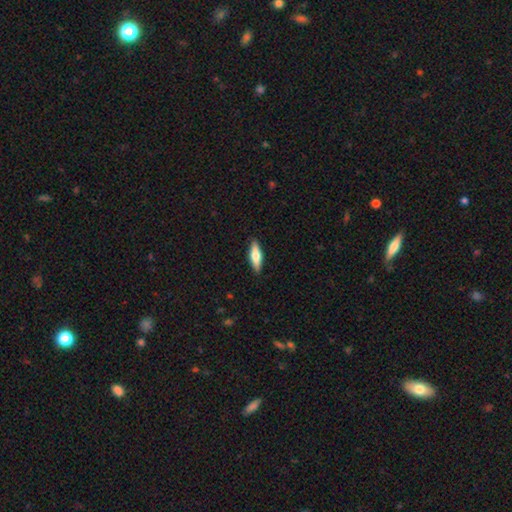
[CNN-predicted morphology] A smooth galaxy with no disk features (58%) that is cigar-shaped (54%).

Vote fractions:
- Smooth or featured? smooth: 58% / featured or disk: 36% / star or artifact: 6%
- How rounded? cigar-shaped: 54% / in between: 44% / round: 2%
- Merging? none: 89% / minor disturbance: 8% / major disturbance: 2% / merger: 1%